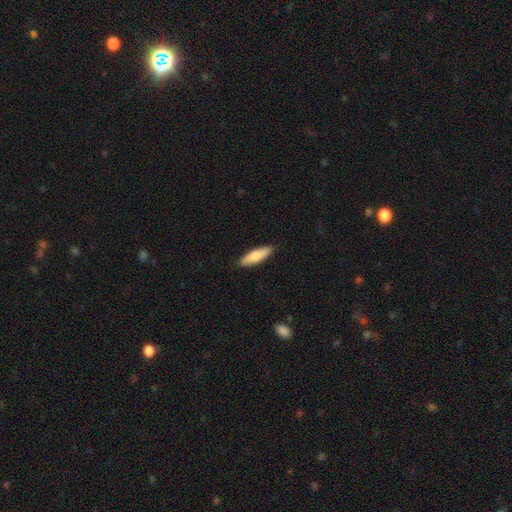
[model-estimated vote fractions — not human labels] Smooth or featured: smooth — 79% (featured or disk — 16%)
How rounded: cigar-shaped — 60% (in between — 38%)
Merging: none — 89% (minor disturbance — 8%)